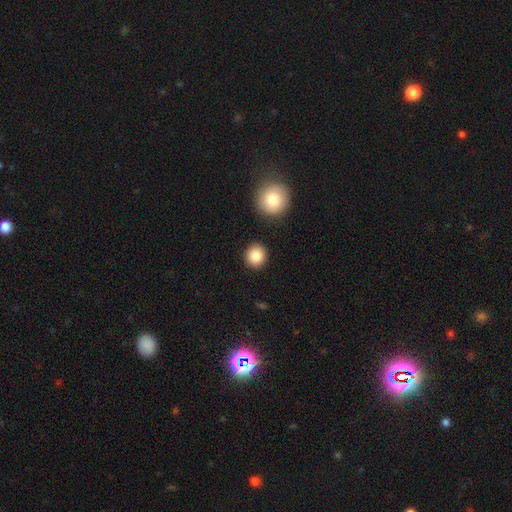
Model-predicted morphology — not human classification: type=smooth (87%); roundness=round (90%); merging=none (89%).